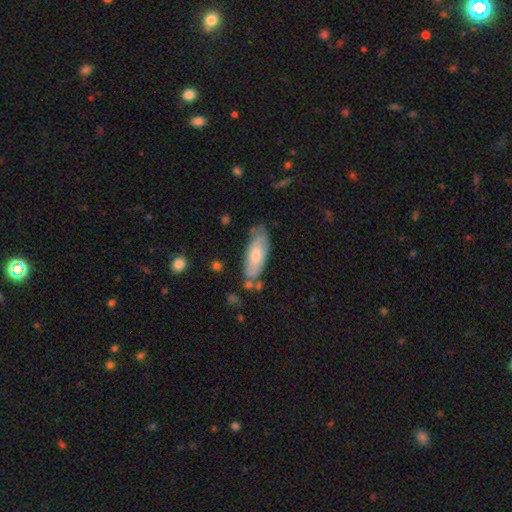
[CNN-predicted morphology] smooth 69%, featured or disk 25%, star or artifact 6%. Down the decision tree: how rounded — in between (71%); merging — none (69%).